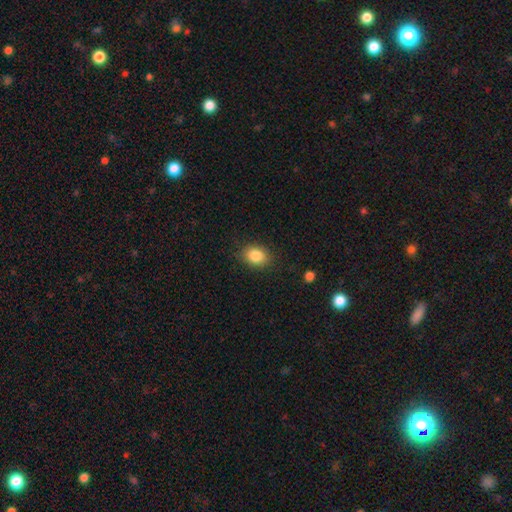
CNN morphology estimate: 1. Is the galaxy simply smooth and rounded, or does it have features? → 85% smooth, 9% star or artifact, 6% featured or disk.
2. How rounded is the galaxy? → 61% in between, 38% round, 1% cigar-shaped.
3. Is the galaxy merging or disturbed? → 84% none, 12% minor disturbance, 3% major disturbance, 1% merger.